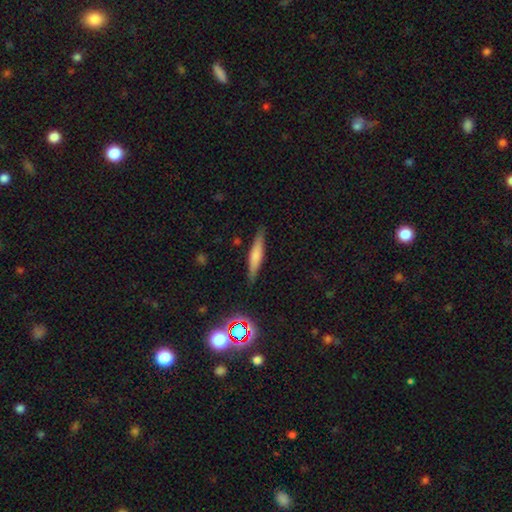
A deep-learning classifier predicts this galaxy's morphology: Smooth or featured? smooth (58%)
How rounded? cigar-shaped (87%)
Merging? none (87%)